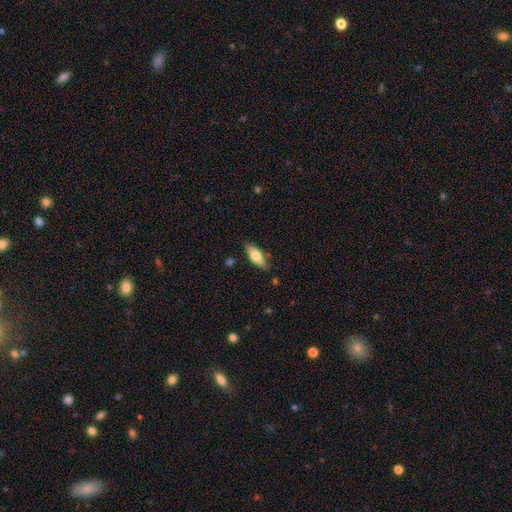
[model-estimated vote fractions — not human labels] Smooth or featured: smooth — 68% (featured or disk — 26%)
How rounded: in between — 69% (cigar-shaped — 28%)
Merging: none — 80% (minor disturbance — 15%)